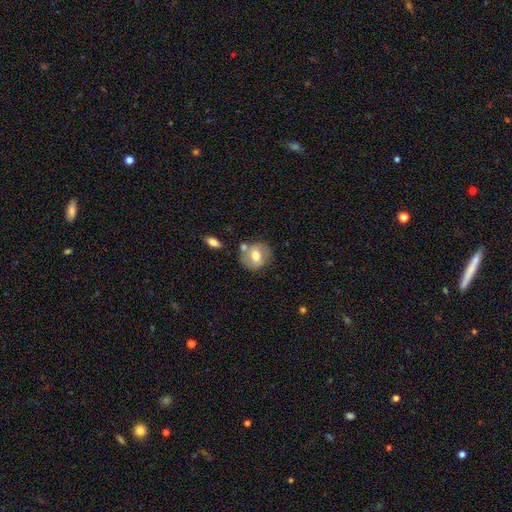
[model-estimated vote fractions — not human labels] This is possibly a smooth galaxy (57%). How rounded: likely round (74%). Merging: likely none (68%).